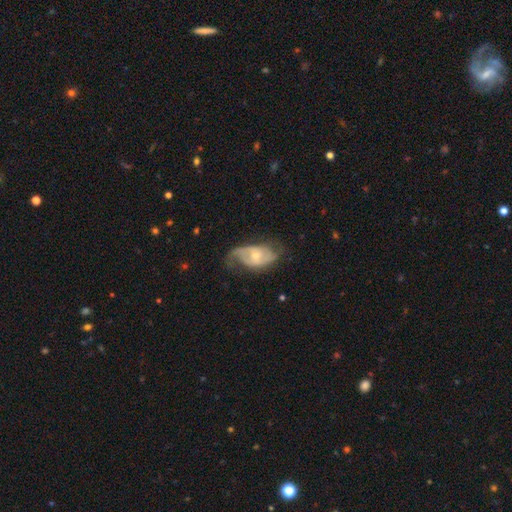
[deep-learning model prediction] A featured or disk galaxy (70%) with no bar (63%), 2 (63%) medium (41%) spiral arms (83%) and a moderate central bulge (50%).

Vote fractions:
- Smooth or featured? featured or disk: 70% / smooth: 25% / star or artifact: 6%
- Edge-on disk? no: 95% / yes: 5%
- Bar? no: 63% / weak: 31% / strong: 7%
- Spiral arms? yes: 83% / no: 17%
- Spiral winding? medium: 41% / loose: 34% / tight: 25%
- Spiral arm count? 2: 63% / can't tell: 17% / 1: 15% / 3: 3% / 4: 1% / more than 4: 1%
- Bulge size? moderate: 50% / small: 45% / large: 3% / none: 2% / dominant: 1%
- Merging? none: 48% / minor disturbance: 29% / major disturbance: 22% / merger: 2%